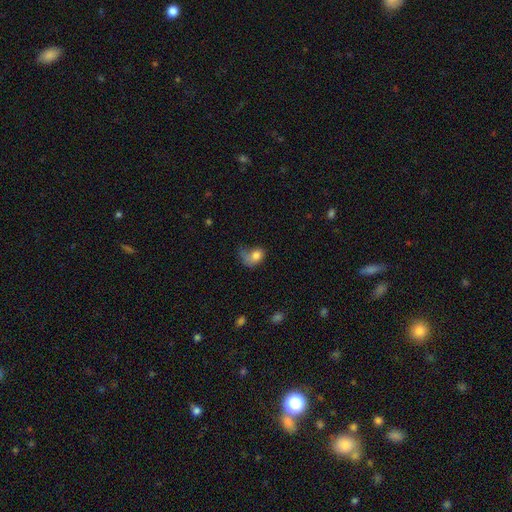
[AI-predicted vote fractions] smooth-or-featured: smooth: 72% | featured or disk: 19% | star or artifact: 9%
  how-rounded: in between: 67% | round: 32% | cigar-shaped: 2%
  merging: major disturbance: 48% | minor disturbance: 24% | none: 21% | merger: 7%